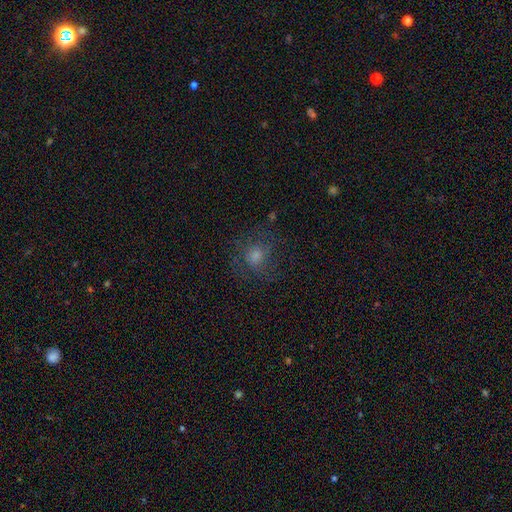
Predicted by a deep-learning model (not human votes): smooth-or-featured: smooth: 56% | featured or disk: 28% | star or artifact: 16%
  how-rounded: round: 76% | in between: 23% | cigar-shaped: 1%
  merging: none: 63% | minor disturbance: 18% | major disturbance: 17% | merger: 2%